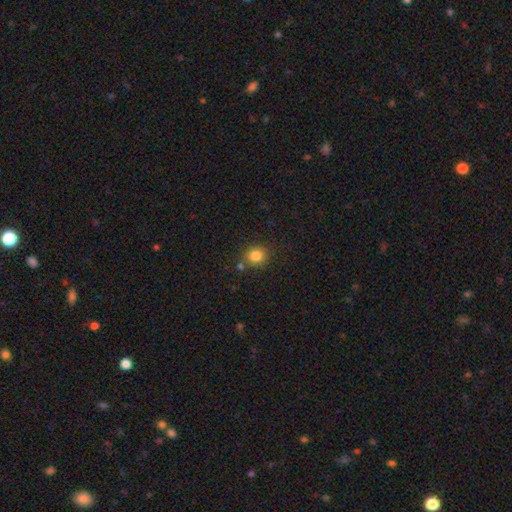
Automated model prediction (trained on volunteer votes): smooth 84%, star or artifact 11%, featured or disk 5%. Down the decision tree: how rounded — round (81%); merging — none (79%).